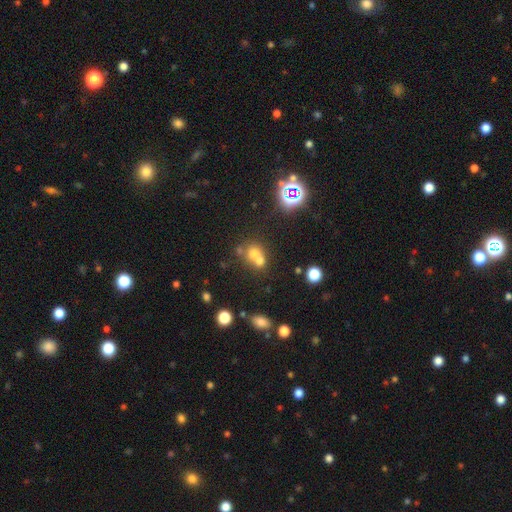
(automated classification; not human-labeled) Smooth or featured: smooth — 63% (star or artifact — 19%)
How rounded: round — 76% (in between — 23%)
Merging: merger — 59% (none — 31%)